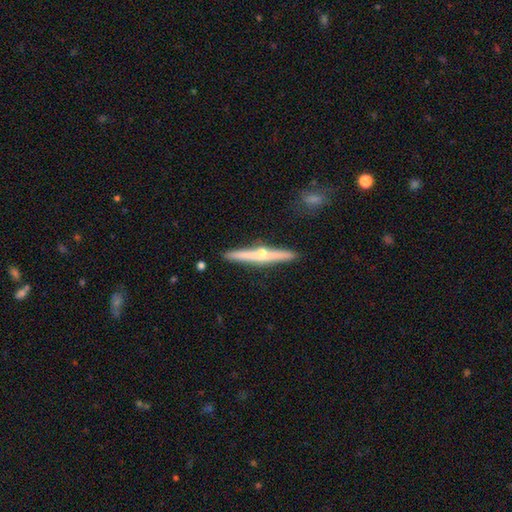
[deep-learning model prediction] A featured or disk galaxy (73%) viewed edge-on (98%) with a rounded central bulge (88%).

Vote fractions:
- Smooth or featured? featured or disk: 73% / smooth: 21% / star or artifact: 6%
- Edge-on disk? yes: 98% / no: 2%
- Edge-on bulge? rounded: 88% / none: 9% / boxy: 3%
- Merging? none: 89% / minor disturbance: 7% / merger: 2% / major disturbance: 2%